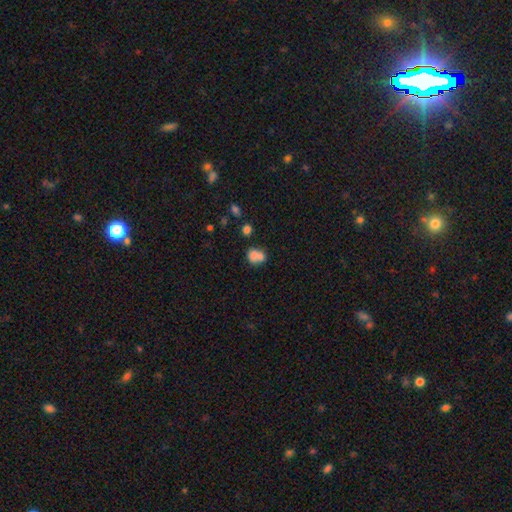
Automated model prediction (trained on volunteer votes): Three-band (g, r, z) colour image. It shows a smooth galaxy with no disk features (73%) that is round (59%). Merging: merger (52%).